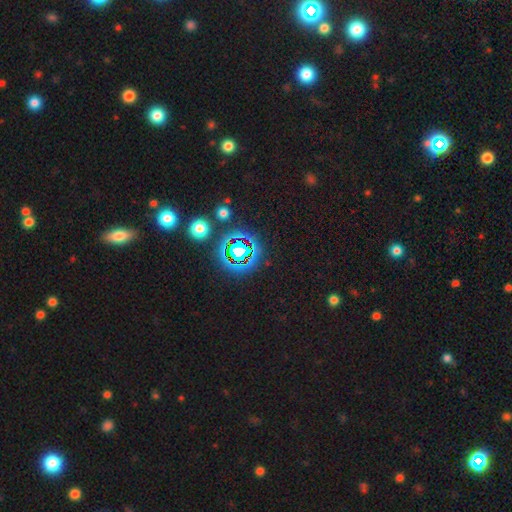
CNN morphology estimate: Overall: star or artifact (74%).